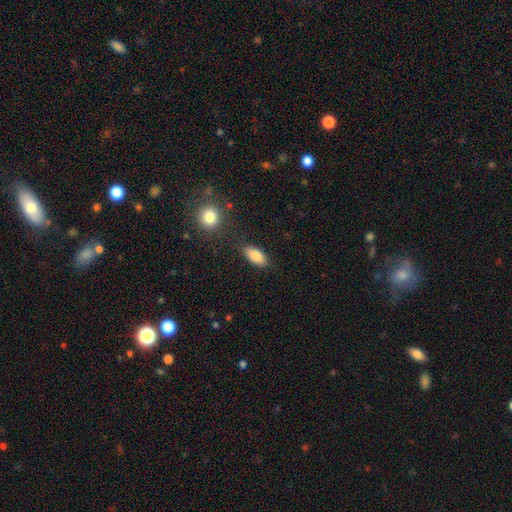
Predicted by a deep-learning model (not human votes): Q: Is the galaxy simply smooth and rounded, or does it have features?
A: smooth — 85%.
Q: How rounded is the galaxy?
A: in between — 89%.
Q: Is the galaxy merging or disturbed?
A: none — 79%.